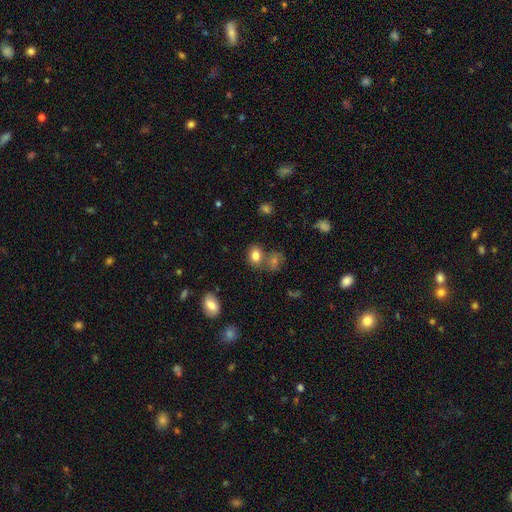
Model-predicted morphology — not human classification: The model was most divided on "how rounded": in between: 56%, round: 43%, cigar-shaped: 1%. More confident: smooth or featured — smooth (81%); merging — none (61%).